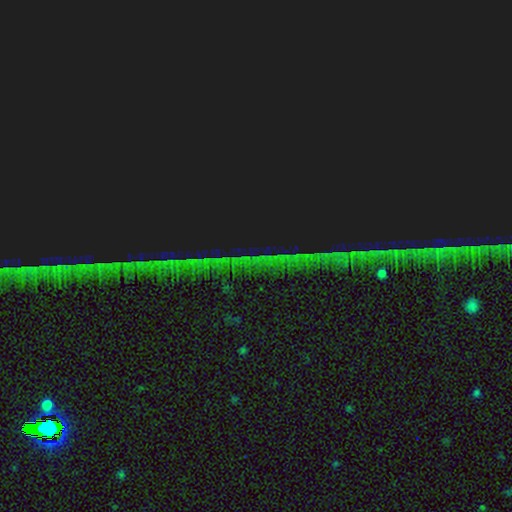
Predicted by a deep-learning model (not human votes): Smooth or featured? Predicted: star or artifact (p=0.86).